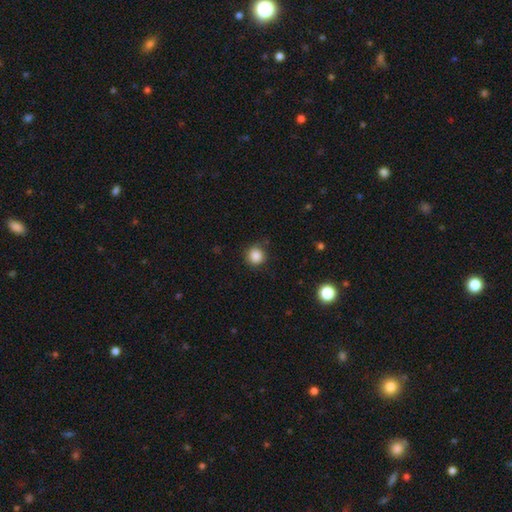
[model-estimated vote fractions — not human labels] This appears to be a smooth galaxy with no disk features (86%) that is round (92%). Merging: none (81%).